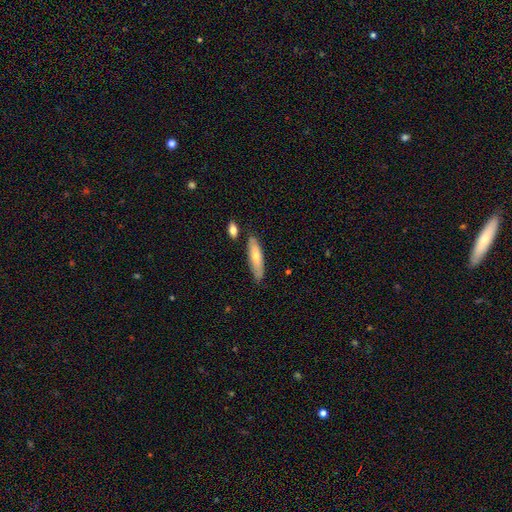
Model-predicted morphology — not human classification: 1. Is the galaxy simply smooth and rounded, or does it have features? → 67% smooth, 28% featured or disk, 6% star or artifact.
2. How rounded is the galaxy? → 67% cigar-shaped, 31% in between, 2% round.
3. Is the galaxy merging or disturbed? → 76% none, 16% minor disturbance, 6% merger, 3% major disturbance.